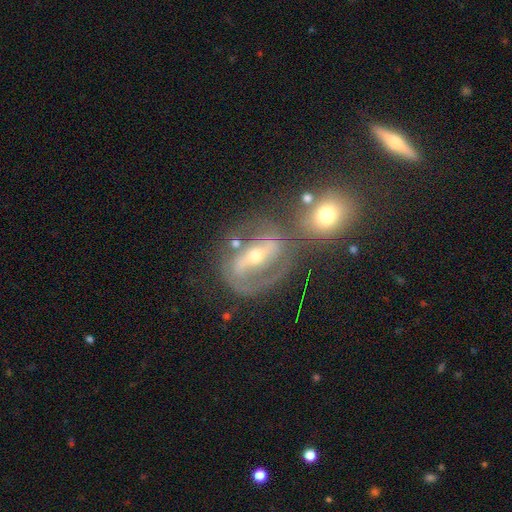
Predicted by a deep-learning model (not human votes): featured or disk 83%, smooth 10%, star or artifact 7%. Down the decision tree: edge-on disk — no (95%); bar — strong (63%); spiral arms — yes (81%); spiral arm count — 2 (78%); spiral winding — medium (47%); bulge size — moderate (55%); merging — none (54%).